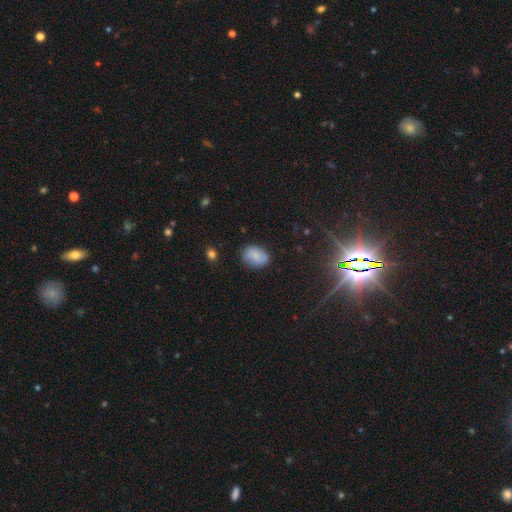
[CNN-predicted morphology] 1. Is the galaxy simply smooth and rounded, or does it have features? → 78% smooth, 13% featured or disk, 9% star or artifact.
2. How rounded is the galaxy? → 75% in between, 24% round, 1% cigar-shaped.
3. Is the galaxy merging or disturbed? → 73% none, 20% minor disturbance, 5% major disturbance, 2% merger.